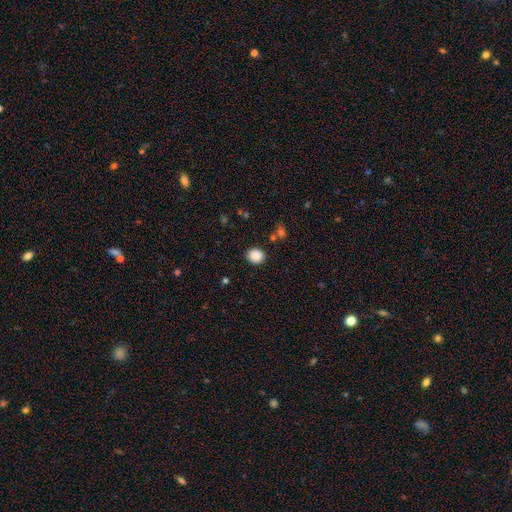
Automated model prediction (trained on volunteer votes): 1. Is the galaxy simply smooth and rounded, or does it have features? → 88% smooth, 9% star or artifact, 3% featured or disk.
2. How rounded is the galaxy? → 68% round, 32% in between, 1% cigar-shaped.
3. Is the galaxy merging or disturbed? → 86% none, 8% minor disturbance, 3% major disturbance, 3% merger.